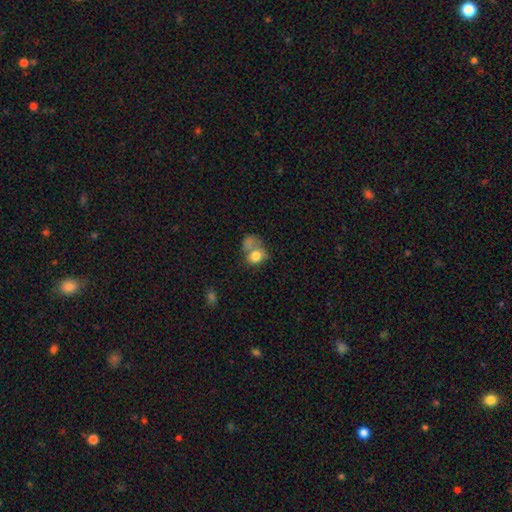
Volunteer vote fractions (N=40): A smooth galaxy with no disk features (82%) that is in between round and cigar-shaped (55%). Merging: merger (46%).